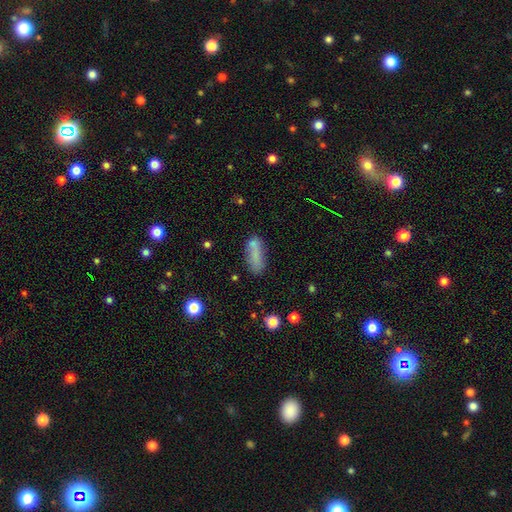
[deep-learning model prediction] Smooth or featured: smooth — 75% (featured or disk — 14%)
How rounded: in between — 62% (cigar-shaped — 35%)
Merging: none — 58% (minor disturbance — 21%)